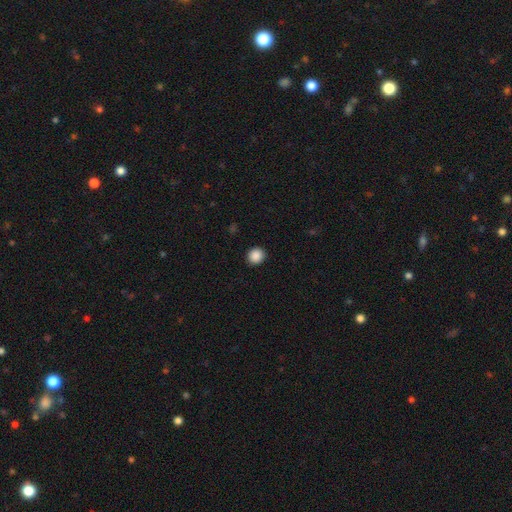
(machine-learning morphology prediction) This is clearly a smooth galaxy (89%). How rounded: clearly round (89%). Merging: clearly none (92%).